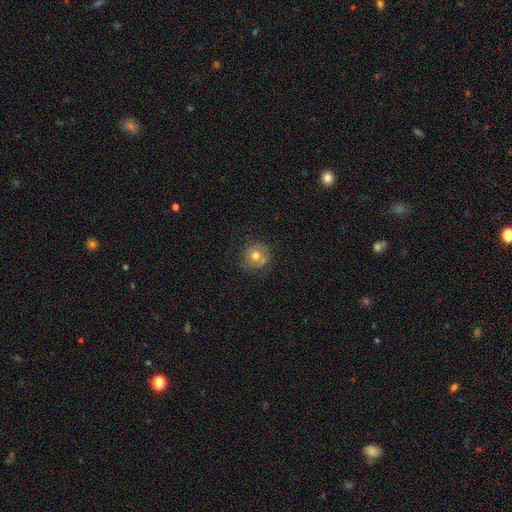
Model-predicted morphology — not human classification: This is likely a smooth galaxy (66%). How rounded: clearly round (90%). Merging: likely none (64%).